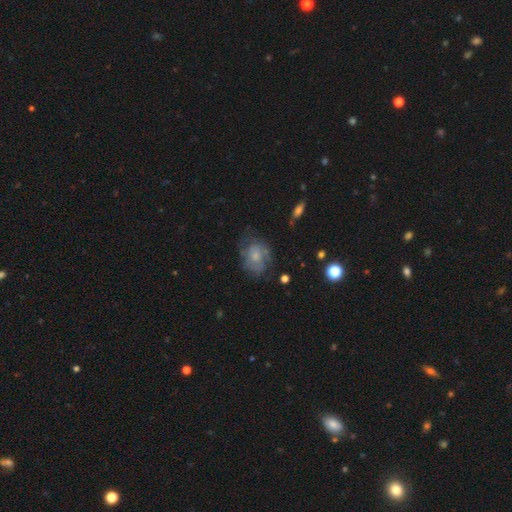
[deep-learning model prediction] A featured or disk galaxy (57%) with no bar (78%), spiral arms (75%) and a small central bulge (56%). Merging: none (56%).